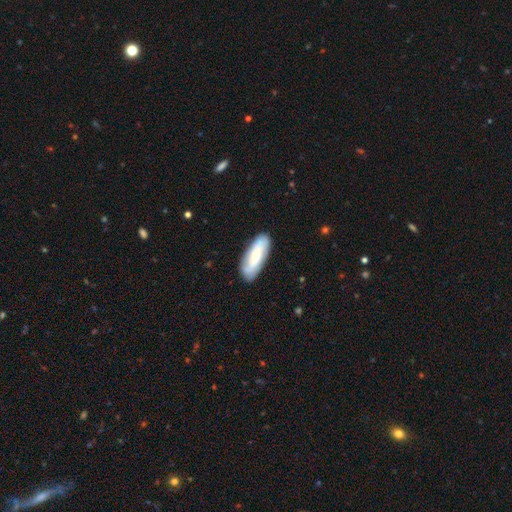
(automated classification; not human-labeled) Smooth or featured?
  - smooth: 61% *
  - featured or disk: 33%
  - star or artifact: 6%
How rounded?
  - in between: 67% *
  - cigar-shaped: 30%
  - round: 2%
Merging?
  - none: 84% *
  - minor disturbance: 12%
  - major disturbance: 3%
  - merger: 1%